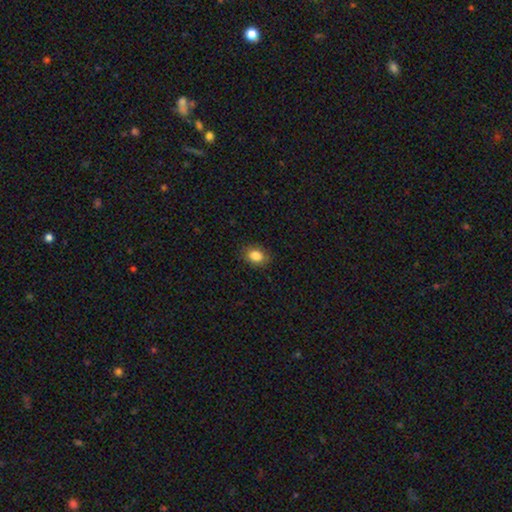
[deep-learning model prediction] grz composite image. It shows a smooth galaxy with no disk features (85%) that is in between round and cigar-shaped (66%). Merging: none (85%).